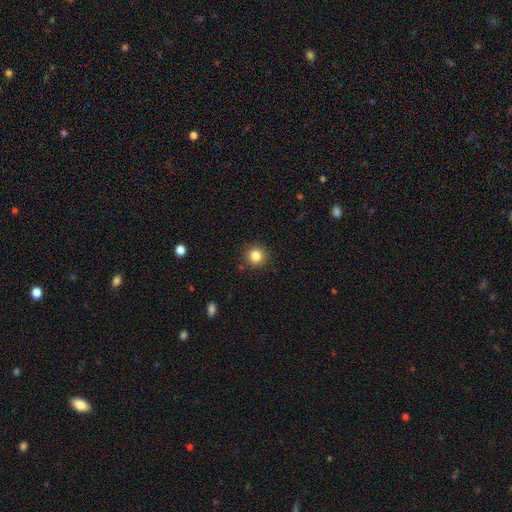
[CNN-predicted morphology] A smooth galaxy with no disk features (84%) that is round (94%). Merging: none (91%).